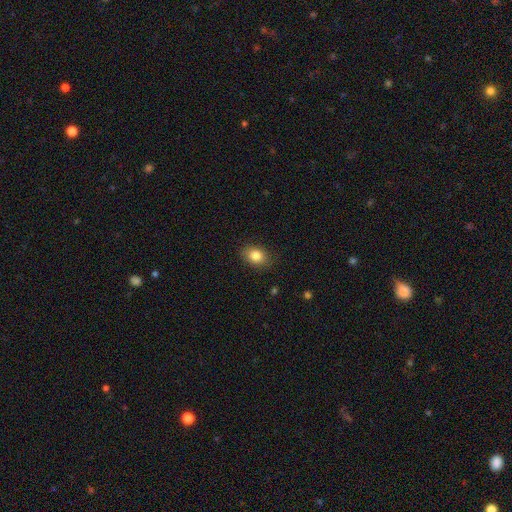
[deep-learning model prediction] smooth 83%, star or artifact 9%, featured or disk 7%. Down the decision tree: how rounded — in between (65%); merging — none (85%).